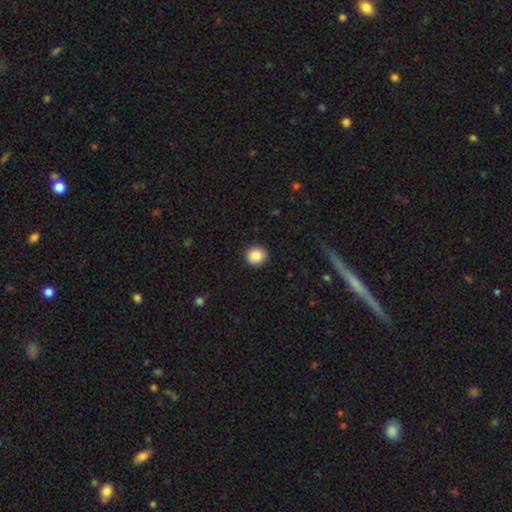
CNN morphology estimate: This appears to be a smooth galaxy with no disk features (89%) that is round (93%). Merging: none (91%).